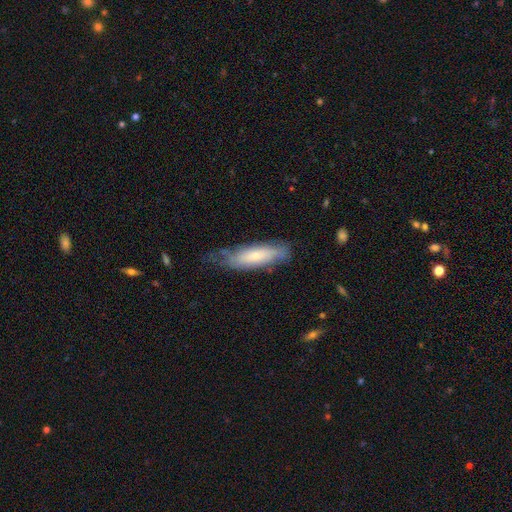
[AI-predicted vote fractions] Morphology: type=smooth (60%); roundness=cigar-shaped (56%); merging=none (54%).